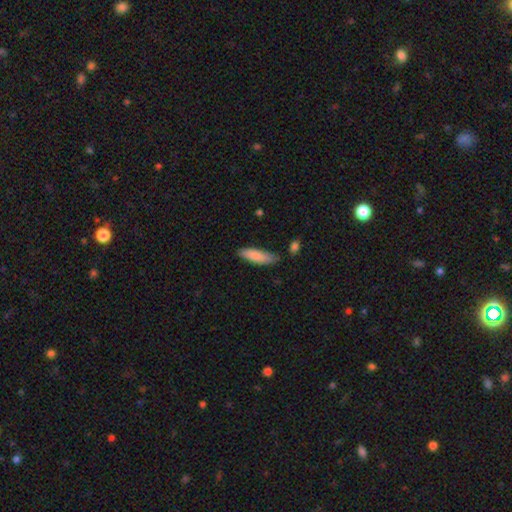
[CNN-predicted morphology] This appears to be a smooth galaxy with no disk features (85%) that is cigar-shaped (54%). Merging: none (77%).